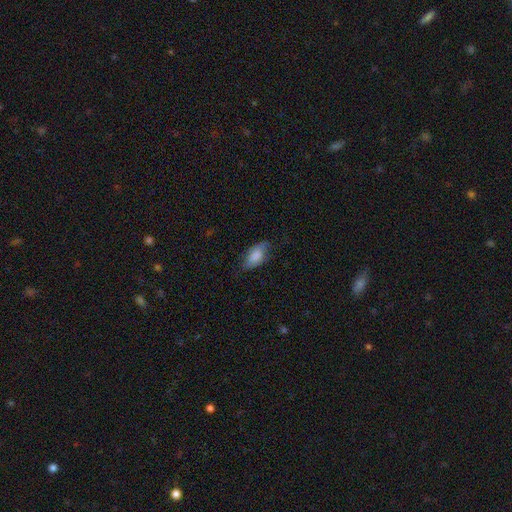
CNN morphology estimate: smooth_or_featured: smooth (p=0.77) [alt: featured or disk p=0.16]
how_rounded: in between (p=0.91) [alt: cigar-shaped p=0.05]
merging: none (p=0.66) [alt: minor disturbance p=0.25]